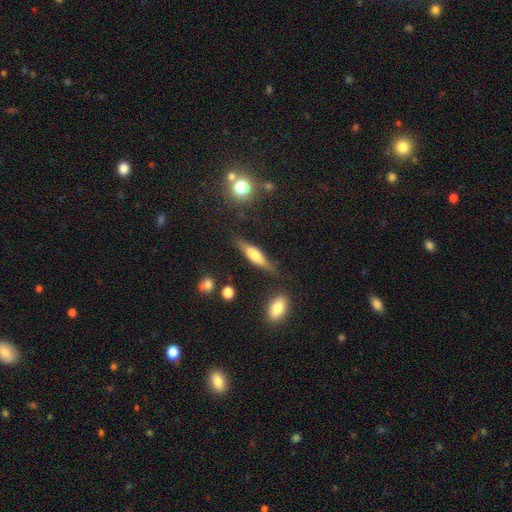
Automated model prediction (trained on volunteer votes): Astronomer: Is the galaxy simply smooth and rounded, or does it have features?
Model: featured or disk — 47% (runner-up: smooth, 46%).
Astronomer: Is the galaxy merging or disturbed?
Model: none — 72%.